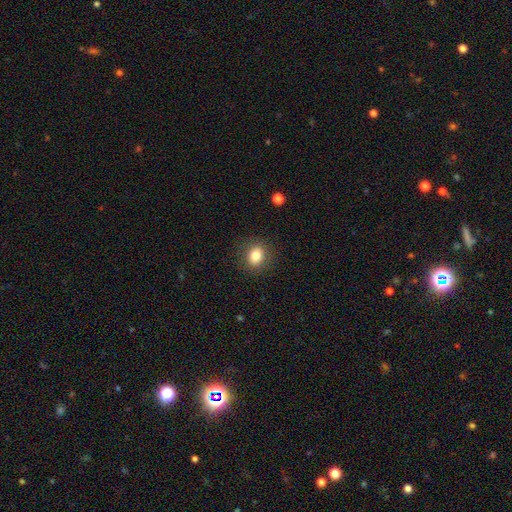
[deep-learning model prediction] Morphology: type=smooth (81%); roundness=round (61%); merging=none (88%).